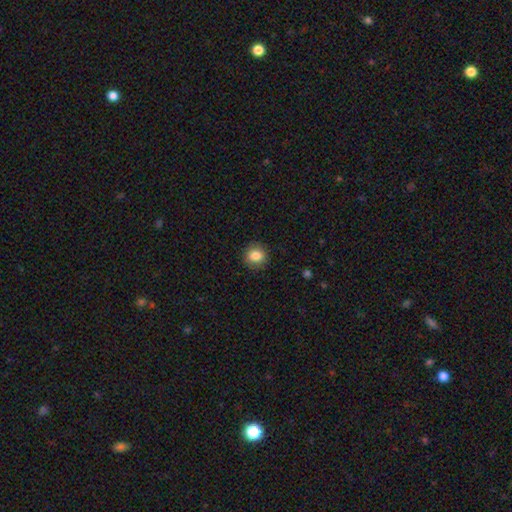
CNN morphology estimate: smooth-or-featured: smooth: 84% | star or artifact: 9% | featured or disk: 6%
  how-rounded: round: 83% | in between: 16% | cigar-shaped: 1%
  merging: none: 90% | minor disturbance: 7% | major disturbance: 2% | merger: 1%